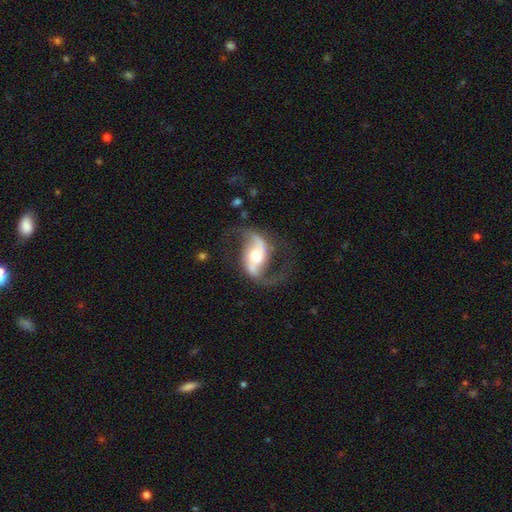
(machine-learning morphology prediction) smooth_or_featured: featured or disk (p=0.89) [alt: smooth p=0.06]
disk_edge_on: no (p=0.97) [alt: yes p=0.03]
bar: weak (p=0.37) [alt: strong p=0.32]
has_spiral_arms: yes (p=0.97) [alt: no p=0.03]
spiral_winding: loose (p=0.64) [alt: medium p=0.30]
spiral_arm_count: 2 (p=0.93) [alt: 1 p=0.02]
bulge_size: moderate (p=0.59) [alt: small p=0.22]
merging: none (p=0.70) [alt: minor disturbance p=0.15]